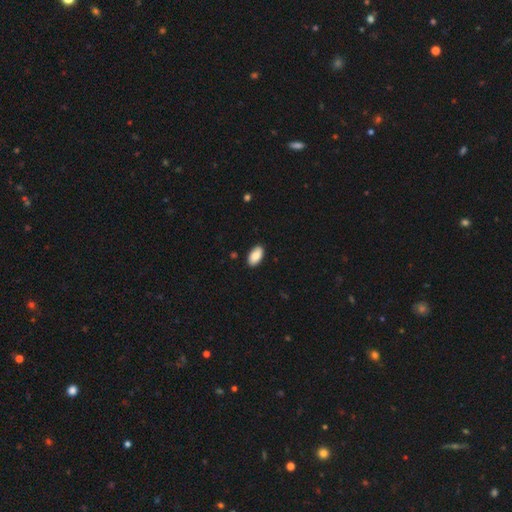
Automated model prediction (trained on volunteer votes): Smooth or featured? Predicted: smooth (p=0.89). How rounded? Predicted: in between (p=0.95). Merging? Predicted: none (p=0.88).